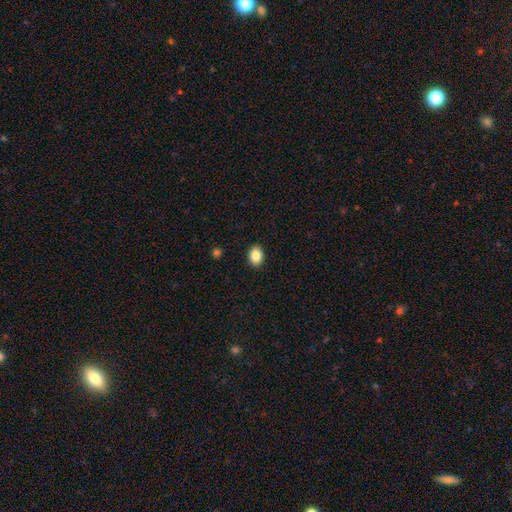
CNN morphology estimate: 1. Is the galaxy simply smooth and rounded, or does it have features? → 86% smooth, 9% star or artifact, 6% featured or disk.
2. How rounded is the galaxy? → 69% in between, 30% round, 1% cigar-shaped.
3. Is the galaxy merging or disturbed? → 91% none, 7% minor disturbance, 2% major disturbance, 1% merger.